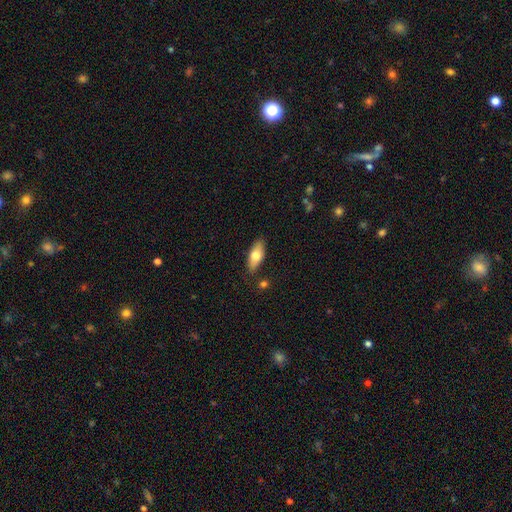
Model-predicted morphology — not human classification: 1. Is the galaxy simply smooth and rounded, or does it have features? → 69% smooth, 24% featured or disk, 6% star or artifact.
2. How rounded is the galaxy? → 79% in between, 18% cigar-shaped, 3% round.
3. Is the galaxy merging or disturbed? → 81% none, 13% minor disturbance, 3% merger, 3% major disturbance.